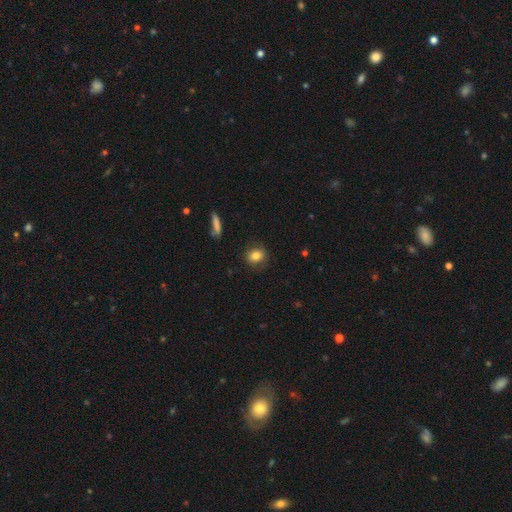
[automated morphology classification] Smooth or featured: smooth — 81% (featured or disk — 10%)
How rounded: round — 67% (in between — 31%)
Merging: none — 85% (minor disturbance — 11%)